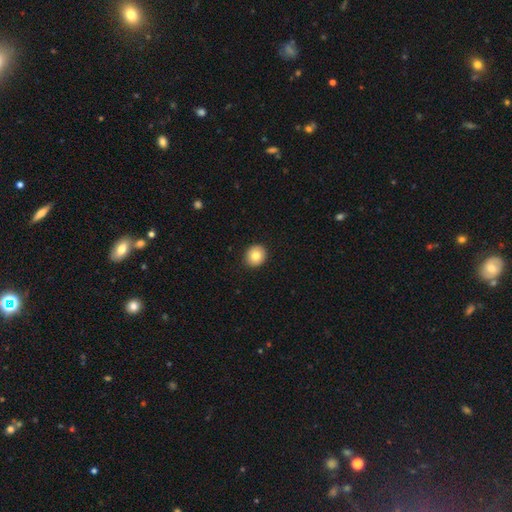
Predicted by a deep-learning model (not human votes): A smooth galaxy with no disk features (81%) that is round (87%). Merging: none (92%).